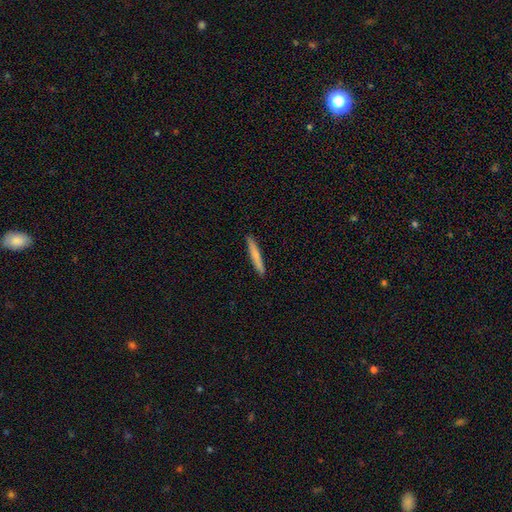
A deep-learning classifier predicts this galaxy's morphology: smooth-or-featured: smooth: 74% | featured or disk: 21% | star or artifact: 6%
  how-rounded: cigar-shaped: 96% | in between: 3% | round: 1%
  merging: none: 92% | minor disturbance: 6% | major disturbance: 1% | merger: 1%